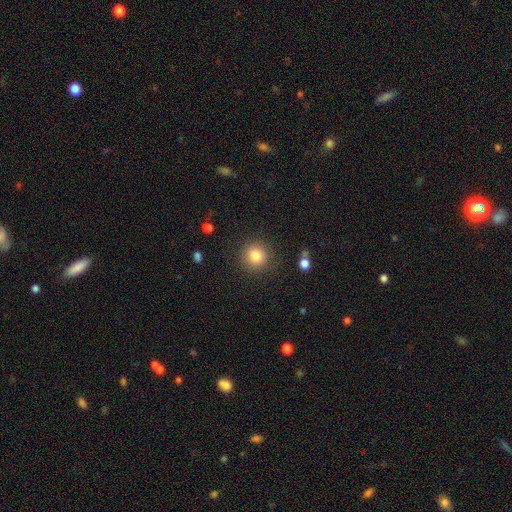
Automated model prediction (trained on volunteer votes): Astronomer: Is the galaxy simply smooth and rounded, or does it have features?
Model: smooth — 83%.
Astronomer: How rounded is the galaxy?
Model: round — 92%.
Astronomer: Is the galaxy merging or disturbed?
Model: none — 89%.